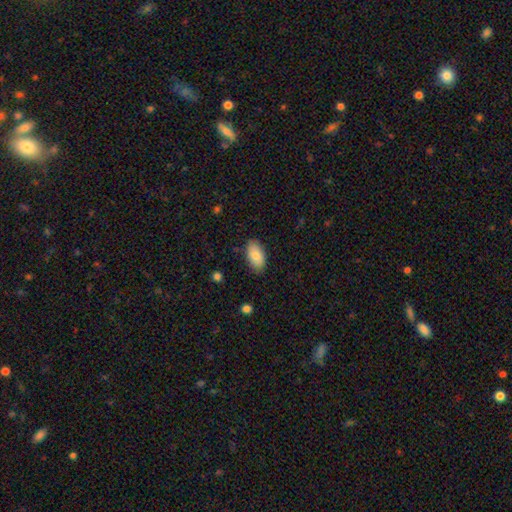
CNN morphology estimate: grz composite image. It shows a smooth galaxy with no disk features (84%) that is in between round and cigar-shaped (95%). Merging: none (84%).